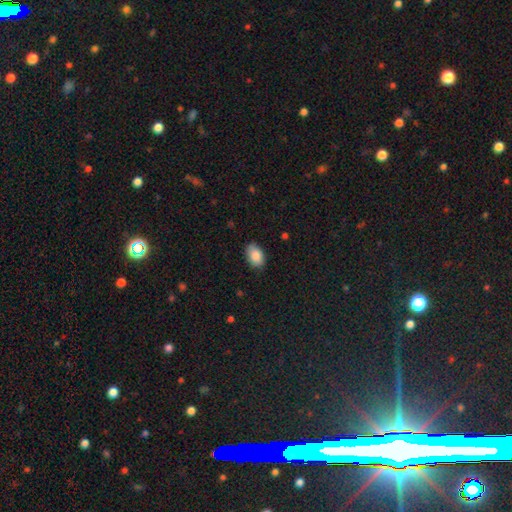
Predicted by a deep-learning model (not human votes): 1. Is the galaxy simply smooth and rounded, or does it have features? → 87% smooth, 7% star or artifact, 6% featured or disk.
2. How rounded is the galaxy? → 90% in between, 9% round, 1% cigar-shaped.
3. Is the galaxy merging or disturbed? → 83% none, 14% minor disturbance, 2% major disturbance, 1% merger.